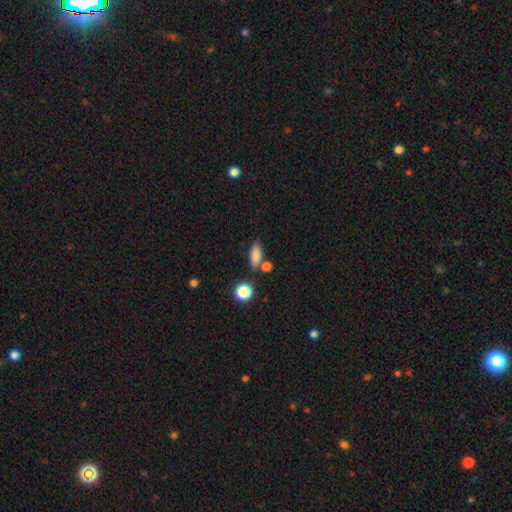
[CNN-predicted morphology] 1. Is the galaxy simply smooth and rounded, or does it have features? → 83% smooth, 10% star or artifact, 7% featured or disk.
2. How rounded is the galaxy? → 70% in between, 23% cigar-shaped, 7% round.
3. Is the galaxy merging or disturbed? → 69% none, 14% merger, 13% minor disturbance, 4% major disturbance.